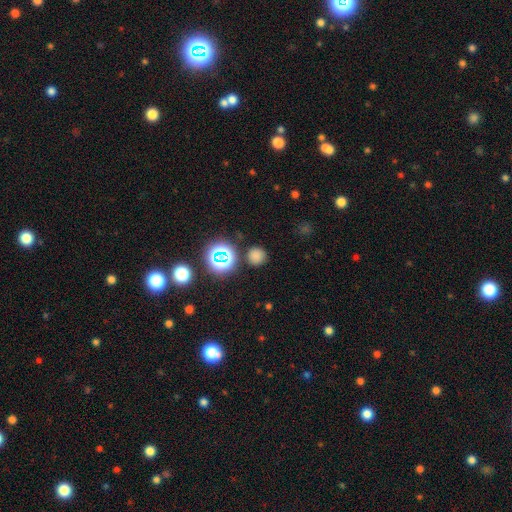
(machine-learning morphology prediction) Smooth or featured?
  - smooth: 71% *
  - star or artifact: 23%
  - featured or disk: 6%
How rounded?
  - round: 93% *
  - in between: 6%
  - cigar-shaped: 1%
Merging?
  - none: 85% *
  - minor disturbance: 9%
  - merger: 4%
  - major disturbance: 3%